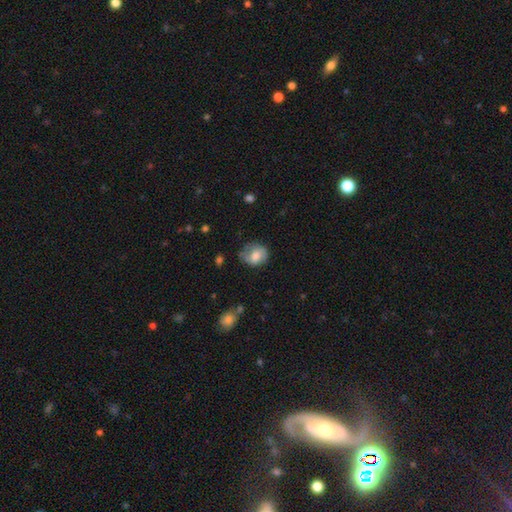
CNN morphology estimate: Overall: smooth (65%; featured or disk 27%). How rounded: round (63%; in between 36%). Merging: none (60%; minor disturbance 28%).